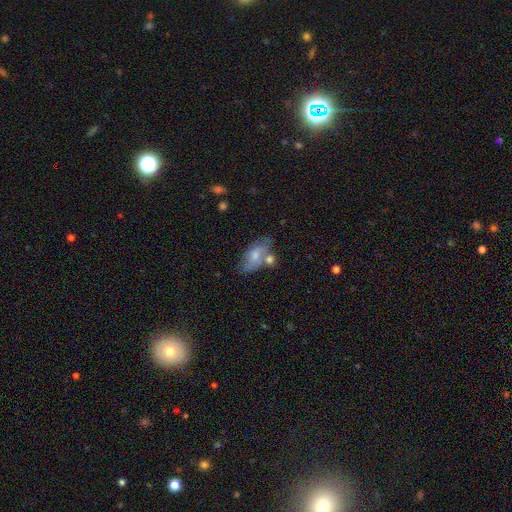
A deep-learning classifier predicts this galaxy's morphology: smooth 60%, featured or disk 33%, star or artifact 7%. Down the decision tree: how rounded — in between (89%); merging — none (43%).